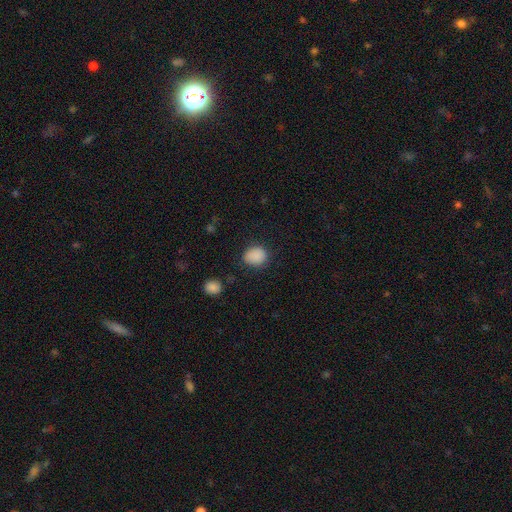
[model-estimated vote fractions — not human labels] smooth_or_featured: smooth (p=0.87) [alt: star or artifact p=0.10]
how_rounded: round (p=0.59) [alt: in between p=0.40]
merging: none (p=0.80) [alt: minor disturbance p=0.14]